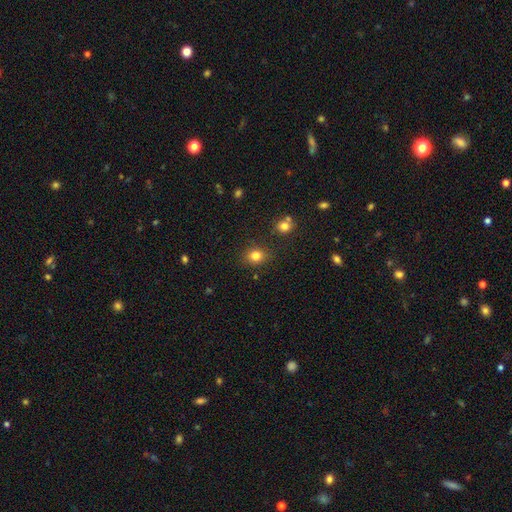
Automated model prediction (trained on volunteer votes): Smooth or featured: smooth — 81% (star or artifact — 13%)
How rounded: round — 70% (in between — 29%)
Merging: none — 85% (minor disturbance — 10%)